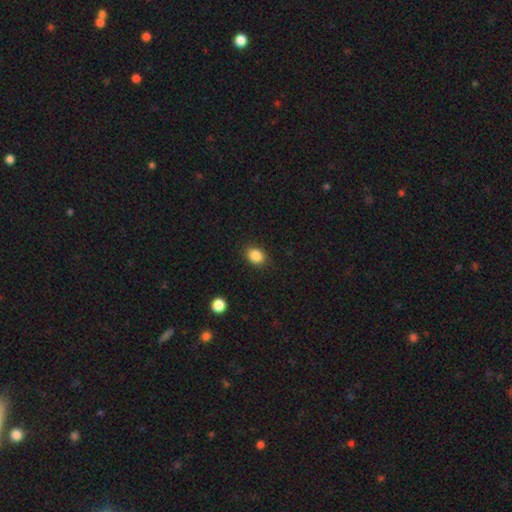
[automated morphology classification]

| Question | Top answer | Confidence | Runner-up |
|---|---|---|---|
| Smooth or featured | smooth | 86% | star or artifact (10%) |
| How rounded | in between | 52% | round (48%) |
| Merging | none | 88% | minor disturbance (8%) |